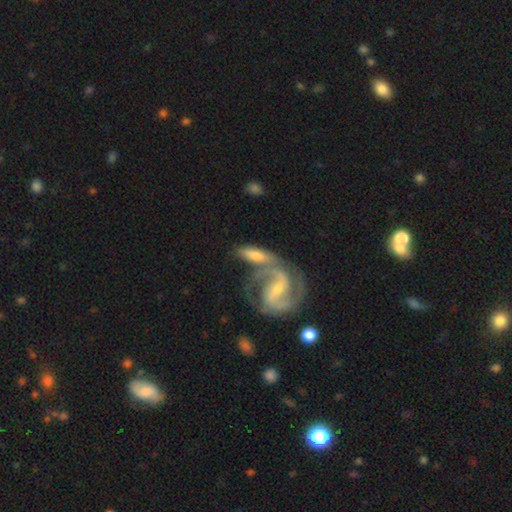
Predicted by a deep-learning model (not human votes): smooth-or-featured: featured or disk: 59% | smooth: 35% | star or artifact: 6%
  disk-edge-on: no: 87% | yes: 13%
    bar: weak: 42% | no: 32% | strong: 26%
    has-spiral-arms: yes: 86% | no: 14%
    bulge-size: small: 49% | moderate: 37% | large: 7% | none: 6% | dominant: 2%
  merging: none: 40% | merger: 39% | minor disturbance: 14% | major disturbance: 7%